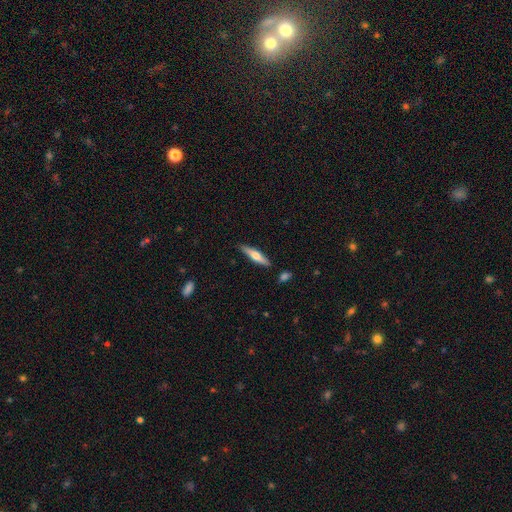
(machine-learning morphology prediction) Smooth or featured? featured or disk (48%)
Merging? none (87%)